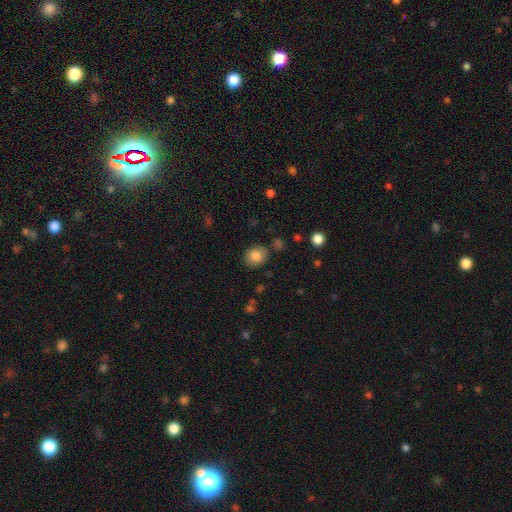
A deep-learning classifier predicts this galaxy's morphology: Smooth or featured: smooth — 82% (featured or disk — 9%)
How rounded: round — 62% (in between — 38%)
Merging: none — 81% (minor disturbance — 12%)